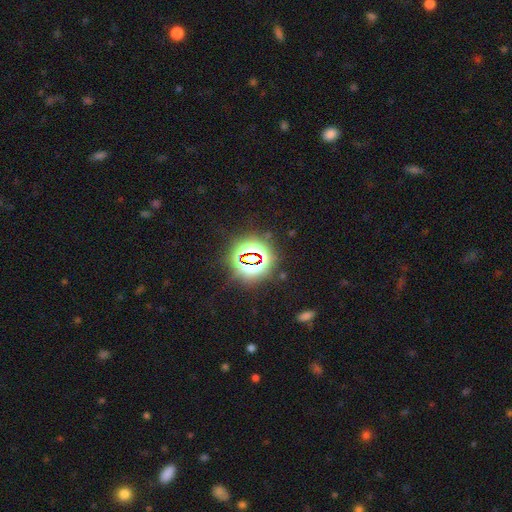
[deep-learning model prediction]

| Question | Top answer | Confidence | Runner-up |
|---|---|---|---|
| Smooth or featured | star or artifact | 78% | smooth (14%) |